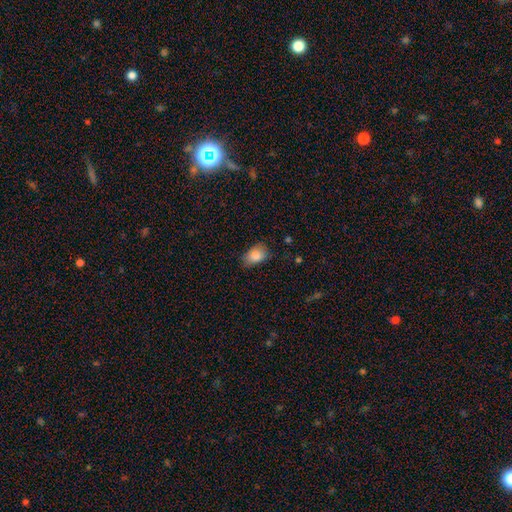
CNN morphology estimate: Smooth or featured? Predicted: smooth (p=0.86). How rounded? Predicted: in between (p=0.83). Merging? Predicted: none (p=0.66).